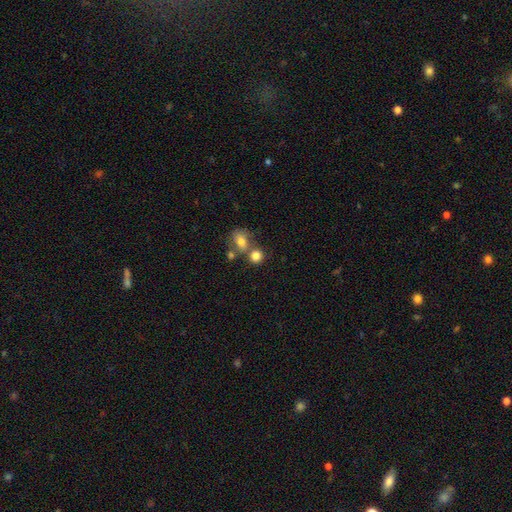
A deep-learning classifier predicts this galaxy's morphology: Smooth or featured? smooth (81%)
How rounded? round (70%)
Merging? none (48%)